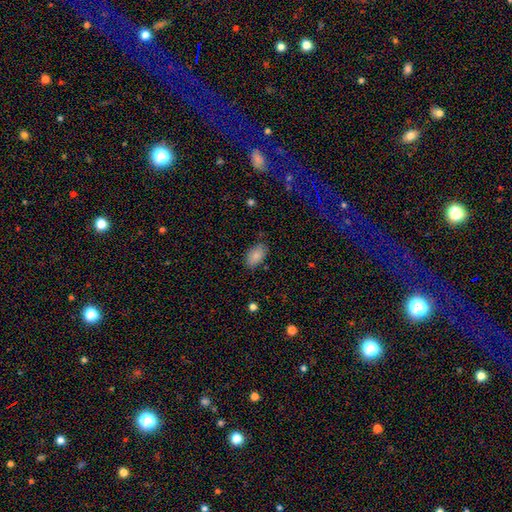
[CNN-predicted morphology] Smooth or featured? smooth (87%)
How rounded? in between (93%)
Merging? none (79%)